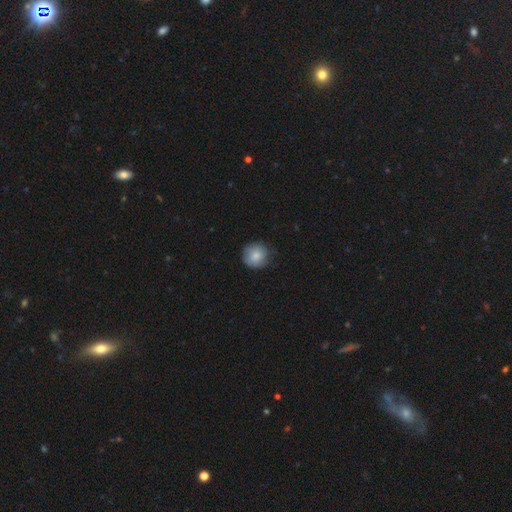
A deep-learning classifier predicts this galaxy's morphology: Smooth or featured? smooth (81%)
How rounded? round (92%)
Merging? none (79%)